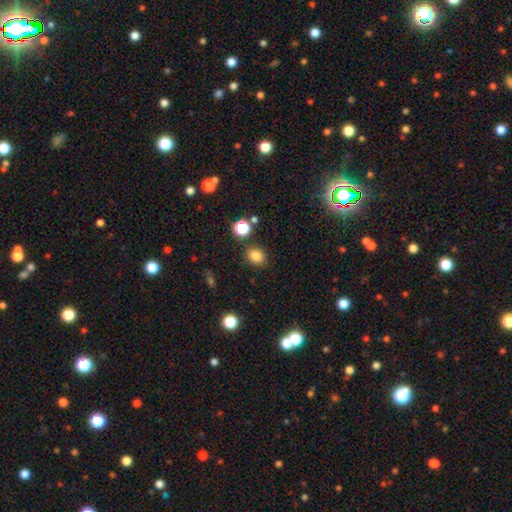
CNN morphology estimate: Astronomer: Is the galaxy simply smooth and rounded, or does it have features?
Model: smooth — 82%.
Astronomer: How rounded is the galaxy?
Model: round — 61% (runner-up: in between, 38%).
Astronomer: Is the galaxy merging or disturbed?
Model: none — 84%.